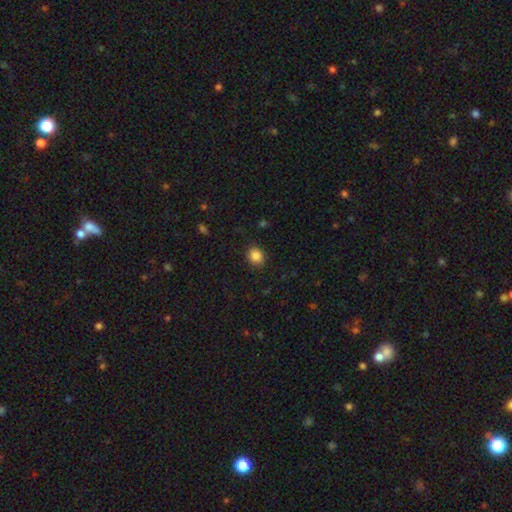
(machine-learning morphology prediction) smooth_or_featured: smooth (p=0.87) [alt: star or artifact p=0.10]
how_rounded: round (p=0.66) [alt: in between p=0.34]
merging: none (p=0.88) [alt: minor disturbance p=0.09]